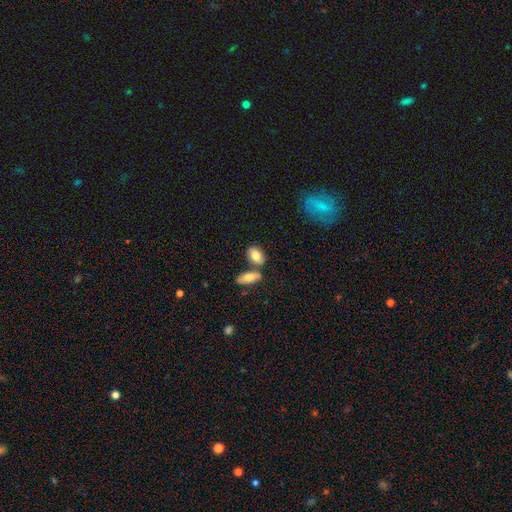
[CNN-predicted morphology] Smooth or featured? smooth (80%)
How rounded? in between (88%)
Merging? none (61%)